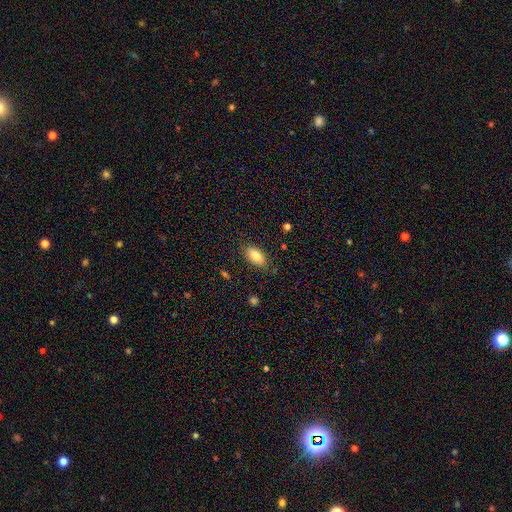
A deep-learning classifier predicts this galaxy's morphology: Smooth or featured? Predicted: smooth (p=0.83). How rounded? Predicted: in between (p=0.91). Merging? Predicted: none (p=0.85).